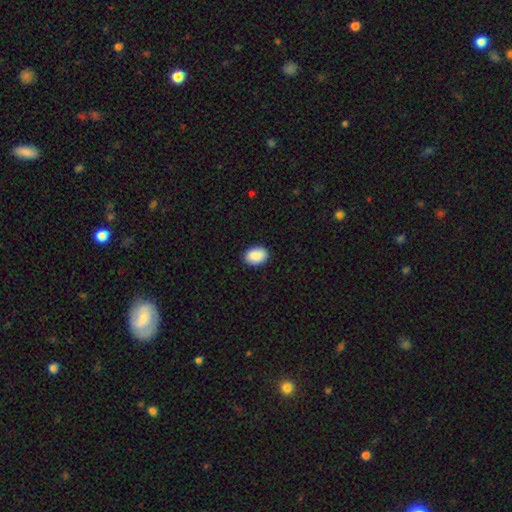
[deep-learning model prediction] Smooth or featured?
  - smooth: 90% *
  - star or artifact: 6%
  - featured or disk: 4%
How rounded?
  - in between: 76% *
  - round: 23%
  - cigar-shaped: 1%
Merging?
  - none: 90% *
  - minor disturbance: 8%
  - major disturbance: 2%
  - merger: 1%